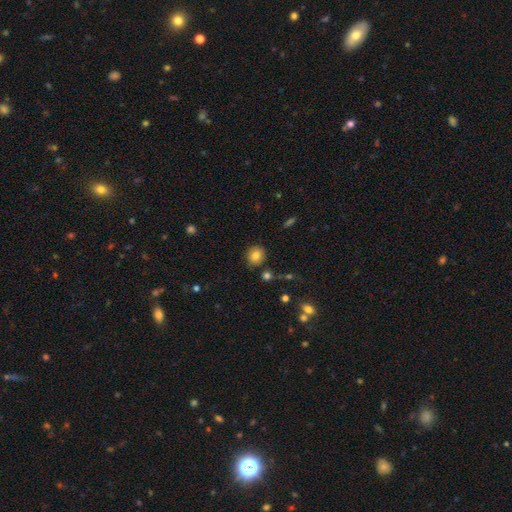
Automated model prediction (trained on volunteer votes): Morphology: type=smooth (81%); roundness=round (81%); merging=none (83%).